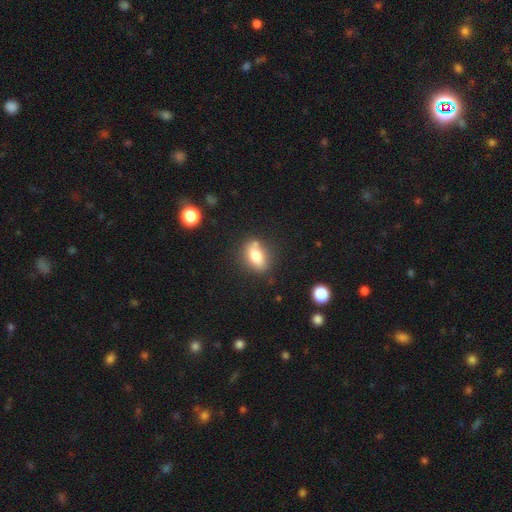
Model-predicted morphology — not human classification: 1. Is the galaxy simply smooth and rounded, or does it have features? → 75% smooth, 15% featured or disk, 9% star or artifact.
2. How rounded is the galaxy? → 77% in between, 17% round, 5% cigar-shaped.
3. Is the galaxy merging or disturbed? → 70% none, 16% minor disturbance, 9% merger, 4% major disturbance.